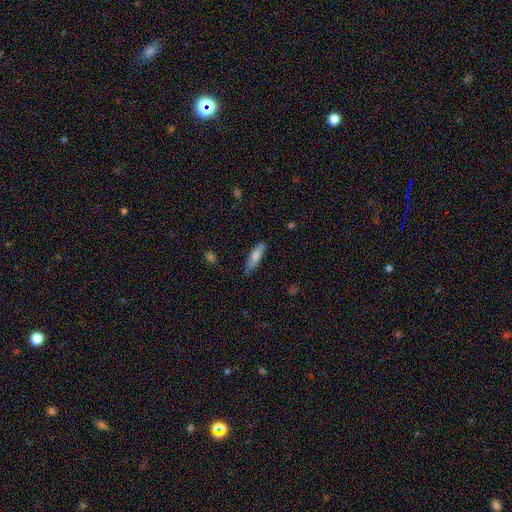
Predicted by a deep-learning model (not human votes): smooth-or-featured: smooth: 78% | featured or disk: 16% | star or artifact: 6%
  how-rounded: cigar-shaped: 67% | in between: 32% | round: 2%
  merging: none: 72% | minor disturbance: 22% | major disturbance: 4% | merger: 2%